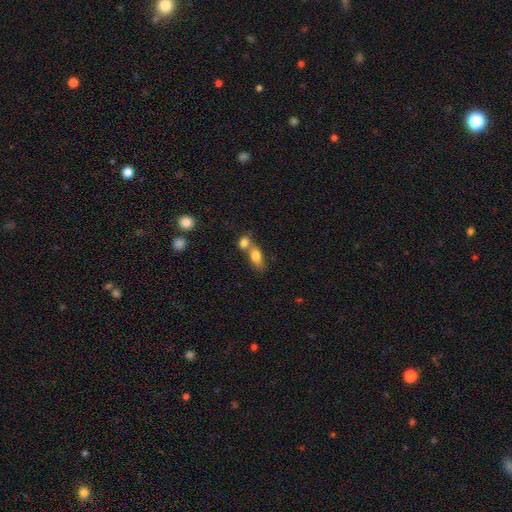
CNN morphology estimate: smooth-or-featured: smooth: 78% | featured or disk: 14% | star or artifact: 8%
  how-rounded: in between: 76% | round: 15% | cigar-shaped: 9%
  merging: merger: 61% | none: 27% | minor disturbance: 8% | major disturbance: 4%